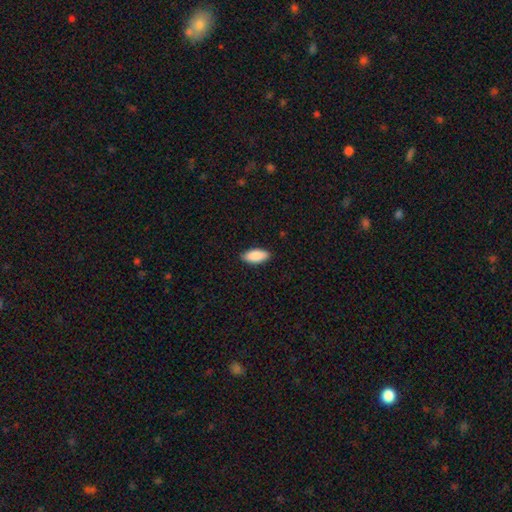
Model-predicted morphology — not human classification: A smooth galaxy with no disk features (89%) that is in between round and cigar-shaped (91%). Merging: none (88%).